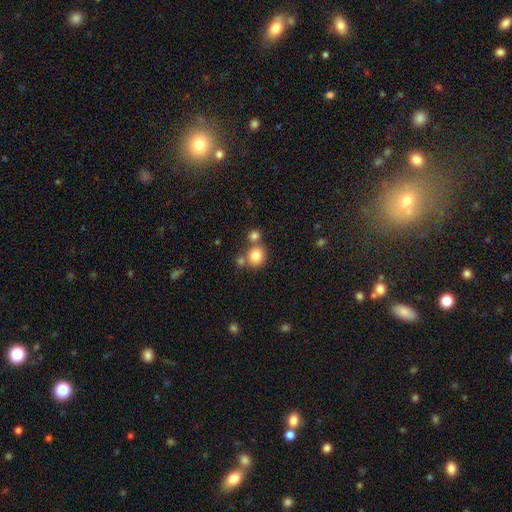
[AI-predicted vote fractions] Overall: smooth (82%). How rounded: round (80%). Merging: none (60%; merger 26%).